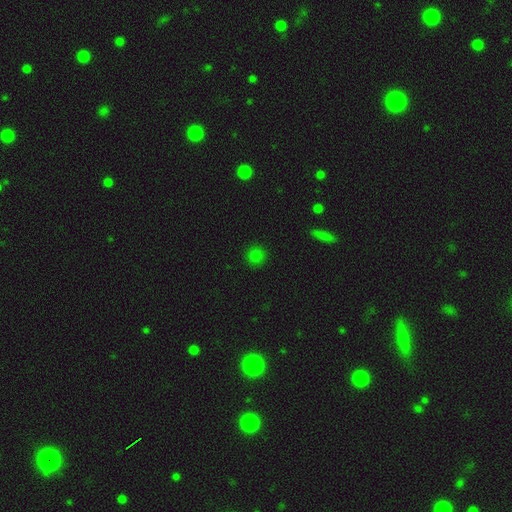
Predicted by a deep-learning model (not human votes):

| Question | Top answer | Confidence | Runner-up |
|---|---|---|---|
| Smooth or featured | smooth | 80% | star or artifact (15%) |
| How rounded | round | 92% | in between (7%) |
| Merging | none | 90% | minor disturbance (6%) |